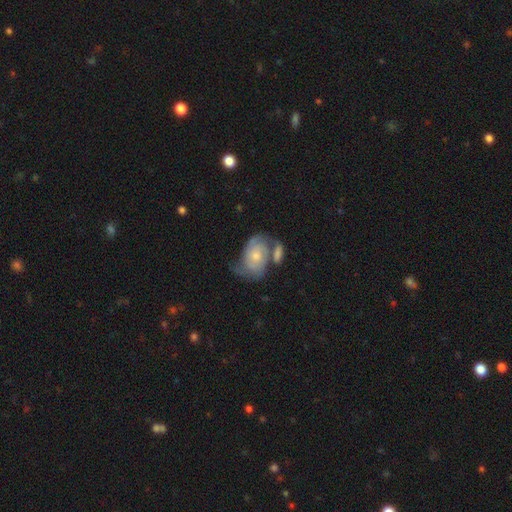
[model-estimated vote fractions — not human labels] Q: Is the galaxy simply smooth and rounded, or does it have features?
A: featured or disk — 68%.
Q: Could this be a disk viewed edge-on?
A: no — 97%.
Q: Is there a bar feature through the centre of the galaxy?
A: no — 78%.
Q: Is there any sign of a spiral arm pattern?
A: yes — 85%.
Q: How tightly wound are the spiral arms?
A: medium — 39%.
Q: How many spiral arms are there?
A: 2 — 66%.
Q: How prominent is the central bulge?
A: small — 51%.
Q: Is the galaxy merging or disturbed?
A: none — 32%.